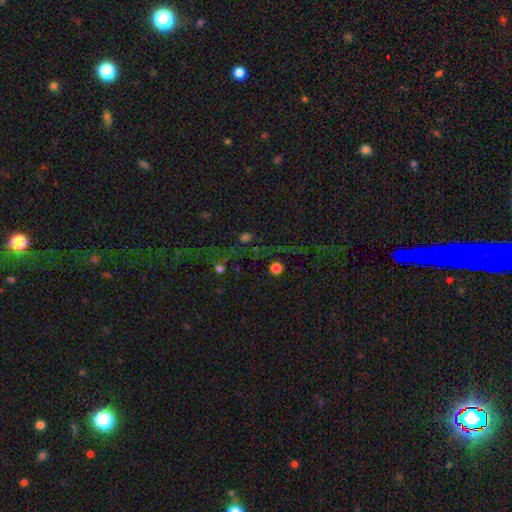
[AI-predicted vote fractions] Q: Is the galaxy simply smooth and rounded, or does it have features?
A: star or artifact — 70%.